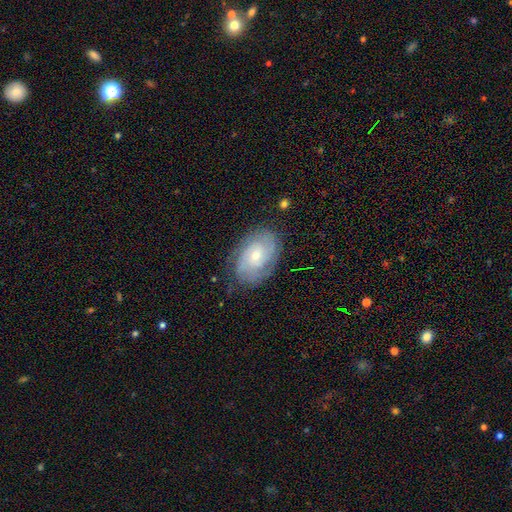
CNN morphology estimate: Smooth or featured? featured or disk (73%)
Edge-on disk? no (96%)
Bar? no (70%)
Spiral arms? yes (92%)
Spiral winding? tight (60%)
Spiral arm count? can't tell (37%)
Bulge size? small (58%)
Merging? none (76%)